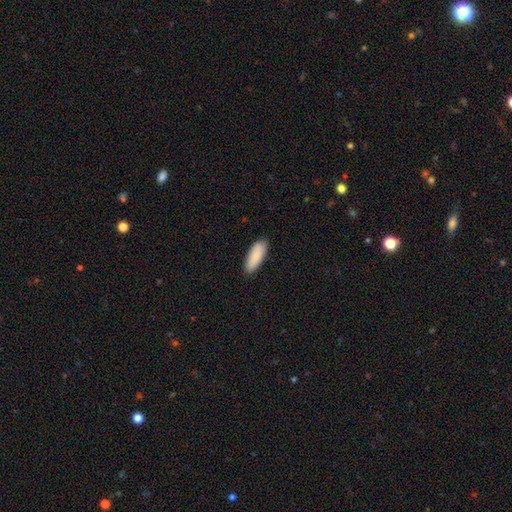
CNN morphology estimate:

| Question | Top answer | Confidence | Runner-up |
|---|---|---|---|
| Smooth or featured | smooth | 89% | featured or disk (6%) |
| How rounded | in between | 71% | cigar-shaped (28%) |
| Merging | none | 88% | minor disturbance (10%) |